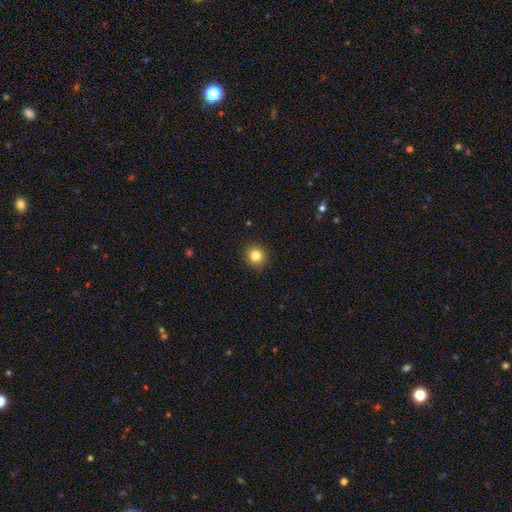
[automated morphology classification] A smooth galaxy with no disk features (84%) that is round (91%). Merging: none (91%).